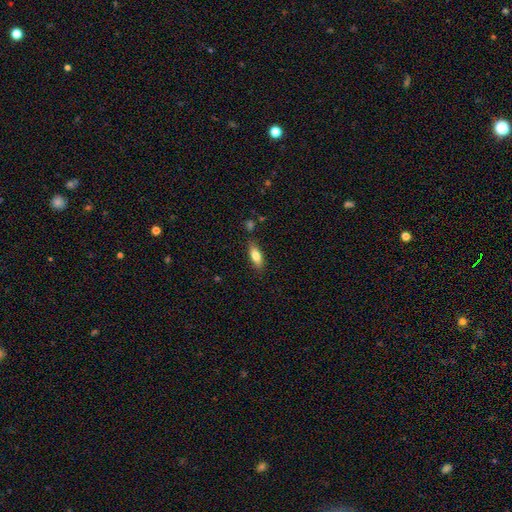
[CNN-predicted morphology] Overall: smooth (79%). How rounded: in between (74%). Merging: none (81%).